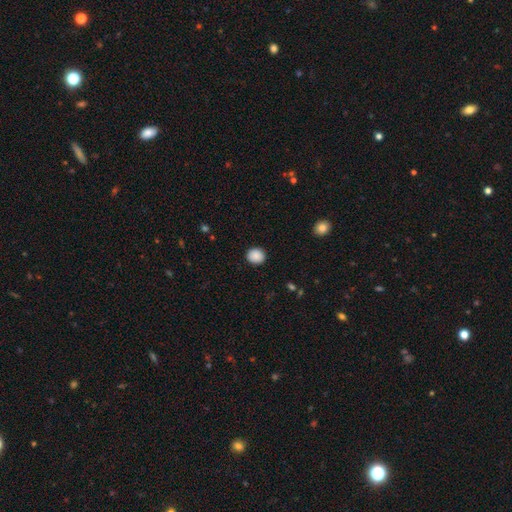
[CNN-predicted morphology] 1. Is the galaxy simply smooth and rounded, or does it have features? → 89% smooth, 8% star or artifact, 3% featured or disk.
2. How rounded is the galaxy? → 82% round, 18% in between, 1% cigar-shaped.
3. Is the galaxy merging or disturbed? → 91% none, 6% minor disturbance, 2% major disturbance, 1% merger.